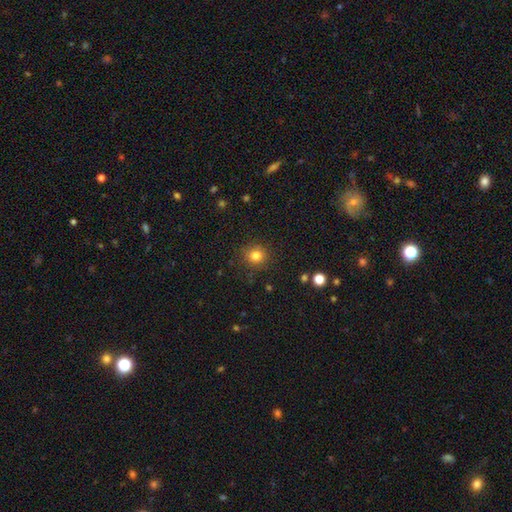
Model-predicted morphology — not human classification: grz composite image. It shows a smooth galaxy with no disk features (81%) that is round (89%). Merging: none (87%).